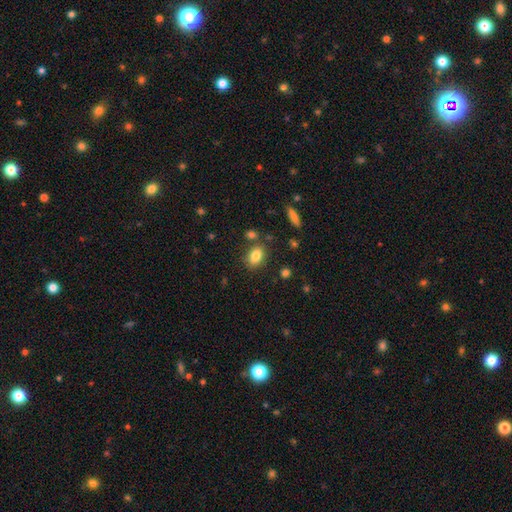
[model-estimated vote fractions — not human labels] The model was most divided on "merging": none: 77%, minor disturbance: 12%, merger: 8%, major disturbance: 4%. More confident: smooth or featured — smooth (83%); how rounded — in between (83%).